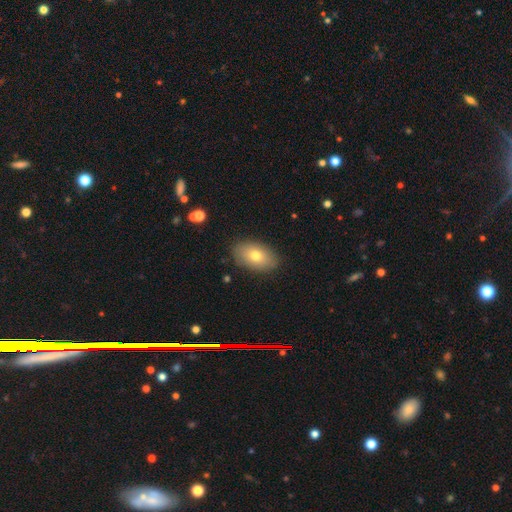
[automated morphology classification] Smooth or featured? Predicted: smooth (p=0.74). How rounded? Predicted: in between (p=0.91). Merging? Predicted: none (p=0.87).